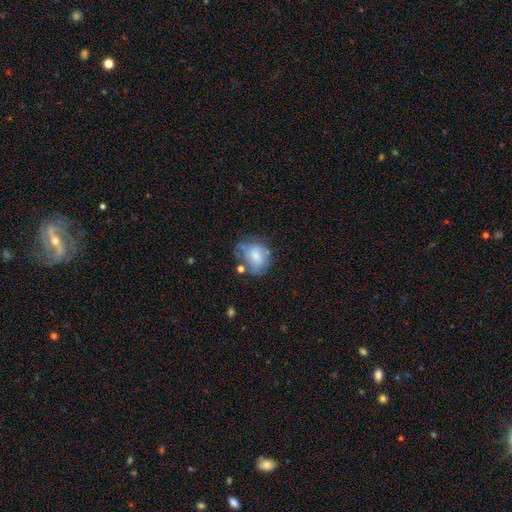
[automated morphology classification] Smooth or featured? Predicted: smooth (p=0.56). How rounded? Predicted: round (p=0.54). Merging? Predicted: none (p=0.42).